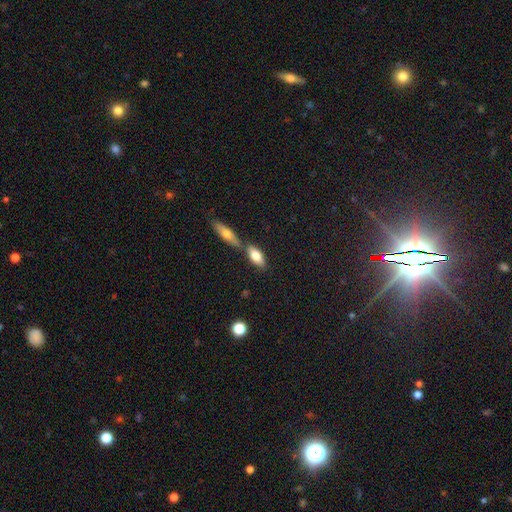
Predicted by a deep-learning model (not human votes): A smooth galaxy with no disk features (77%) that is in between round and cigar-shaped (80%).

Vote fractions:
- Smooth or featured? smooth: 77% / featured or disk: 17% / star or artifact: 7%
- How rounded? in between: 80% / cigar-shaped: 16% / round: 4%
- Merging? none: 53% / merger: 33% / minor disturbance: 11% / major disturbance: 3%